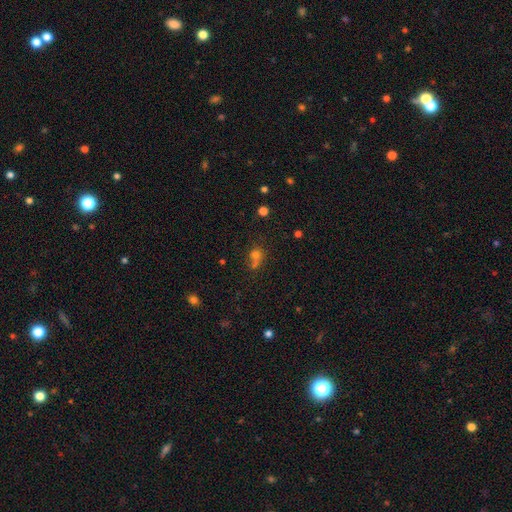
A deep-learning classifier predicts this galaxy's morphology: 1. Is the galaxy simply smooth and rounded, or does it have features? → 64% smooth, 24% star or artifact, 12% featured or disk.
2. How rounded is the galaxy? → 72% round, 26% in between, 2% cigar-shaped.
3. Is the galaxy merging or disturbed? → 44% none, 32% merger, 14% minor disturbance, 10% major disturbance.